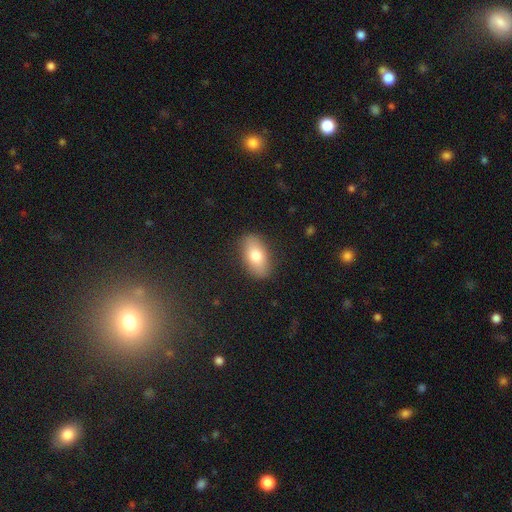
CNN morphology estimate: A smooth galaxy with no disk features (76%) that is in between round and cigar-shaped (91%). Merging: none (87%).